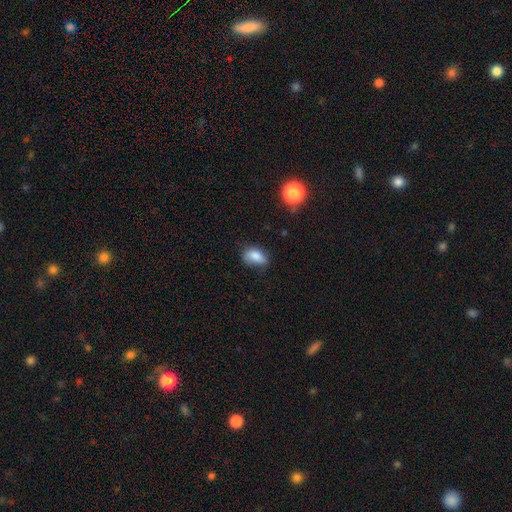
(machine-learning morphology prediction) Smooth or featured?
  - smooth: 82% *
  - star or artifact: 10%
  - featured or disk: 9%
How rounded?
  - in between: 84% *
  - round: 14%
  - cigar-shaped: 3%
Merging?
  - none: 58% *
  - minor disturbance: 32%
  - major disturbance: 8%
  - merger: 2%